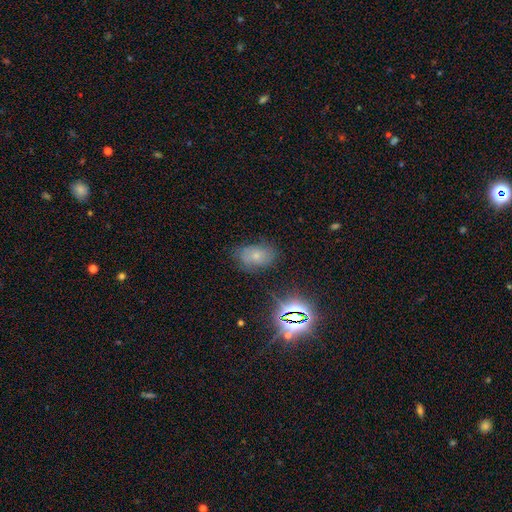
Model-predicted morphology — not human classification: Smooth or featured? Predicted: smooth (p=0.57). How rounded? Predicted: in between (p=0.85). Merging? Predicted: none (p=0.71).